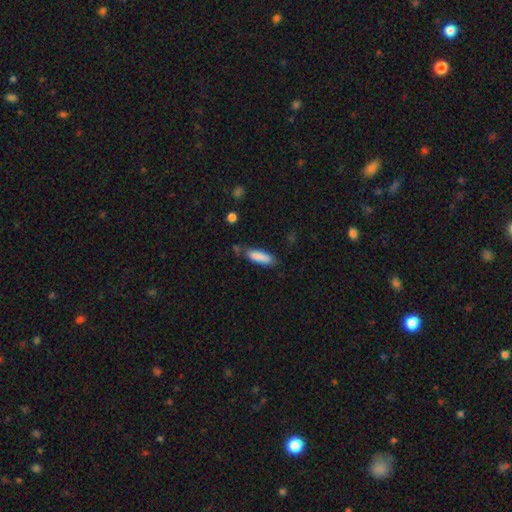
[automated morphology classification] Smooth or featured: smooth — 86% (featured or disk — 8%)
How rounded: cigar-shaped — 54% (in between — 44%)
Merging: none — 64% (minor disturbance — 24%)